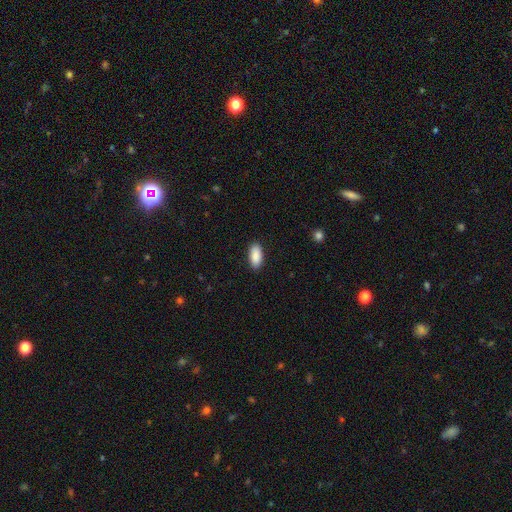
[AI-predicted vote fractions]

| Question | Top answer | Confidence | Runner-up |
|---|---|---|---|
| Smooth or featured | smooth | 90% | star or artifact (6%) |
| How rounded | in between | 91% | cigar-shaped (7%) |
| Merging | none | 90% | minor disturbance (7%) |